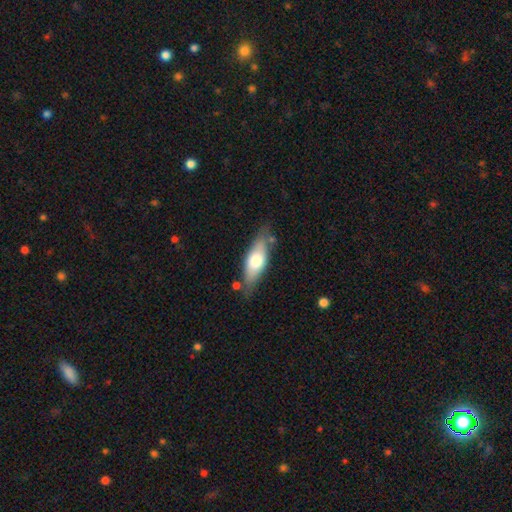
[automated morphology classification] A smooth galaxy with no disk features (54%) that is in between round and cigar-shaped (61%). Merging: none (76%).